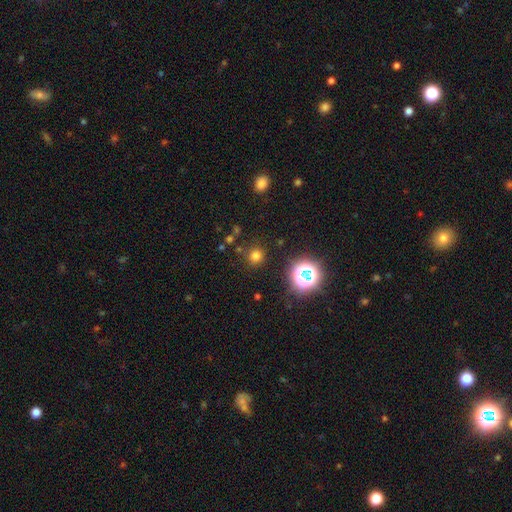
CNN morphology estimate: type=smooth (70%); roundness=round (91%); merging=none (86%).